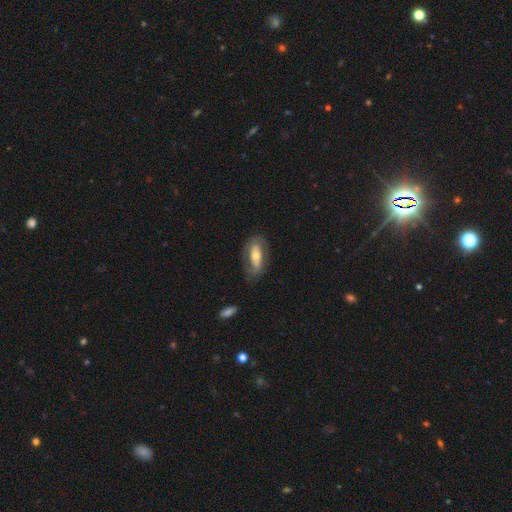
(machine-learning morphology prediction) Smooth or featured: featured or disk — 62% (smooth — 32%)
Edge-on disk: no — 89% (yes — 11%)
Bar: no — 40% (strong — 35%)
Spiral arms: yes — 61% (no — 39%)
Bulge size: moderate — 59% (small — 28%)
Merging: none — 74% (minor disturbance — 16%)